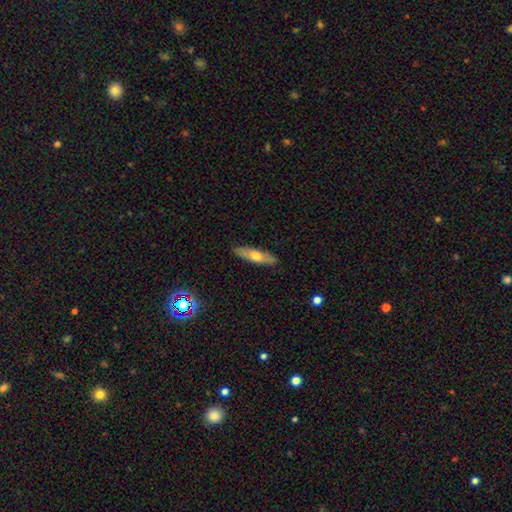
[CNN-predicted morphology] Smooth or featured? Predicted: smooth (p=0.55). How rounded? Predicted: cigar-shaped (p=0.69). Merging? Predicted: none (p=0.88).